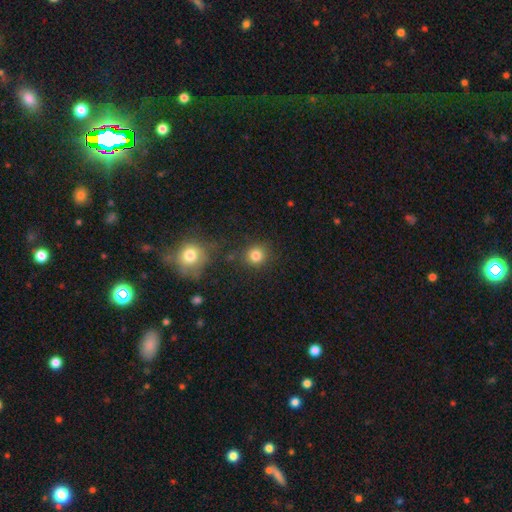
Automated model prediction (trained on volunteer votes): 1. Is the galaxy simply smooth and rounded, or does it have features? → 82% smooth, 12% star or artifact, 6% featured or disk.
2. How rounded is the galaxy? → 89% round, 10% in between, 1% cigar-shaped.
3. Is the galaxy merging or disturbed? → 84% none, 8% minor disturbance, 5% merger, 3% major disturbance.